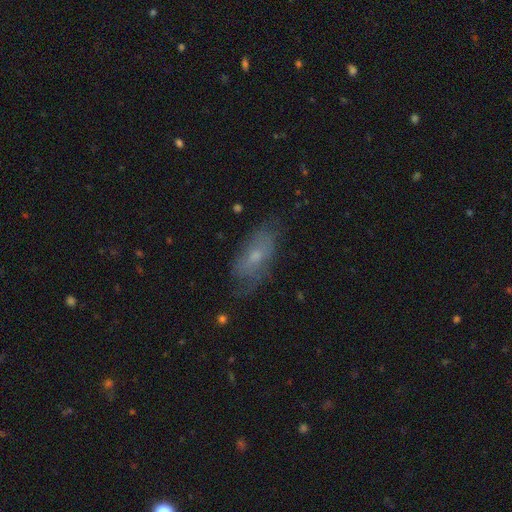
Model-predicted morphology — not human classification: featured or disk 46%, smooth 44%, star or artifact 10%. Down the decision tree: merging — none (61%).